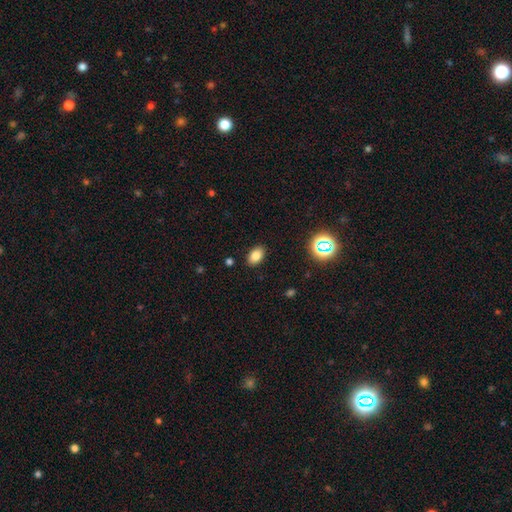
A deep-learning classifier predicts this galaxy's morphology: A smooth galaxy with no disk features (81%) that is in between round and cigar-shaped (89%).

Vote fractions:
- Smooth or featured? smooth: 81% / star or artifact: 12% / featured or disk: 7%
- How rounded? in between: 89% / round: 10% / cigar-shaped: 1%
- Merging? none: 88% / minor disturbance: 9% / major disturbance: 2% / merger: 1%